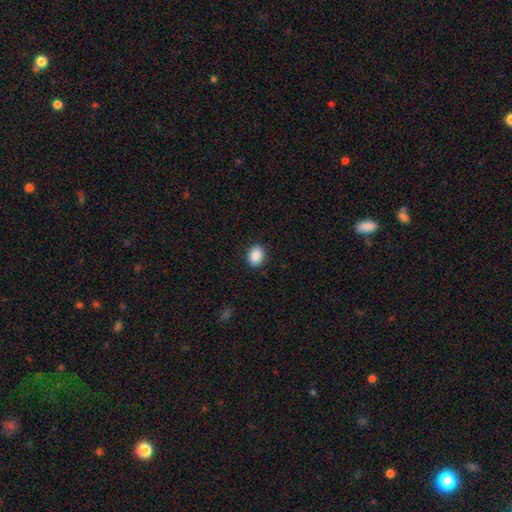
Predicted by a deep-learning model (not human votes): A smooth galaxy with no disk features (89%) that is in between round and cigar-shaped (66%). Merging: none (89%).